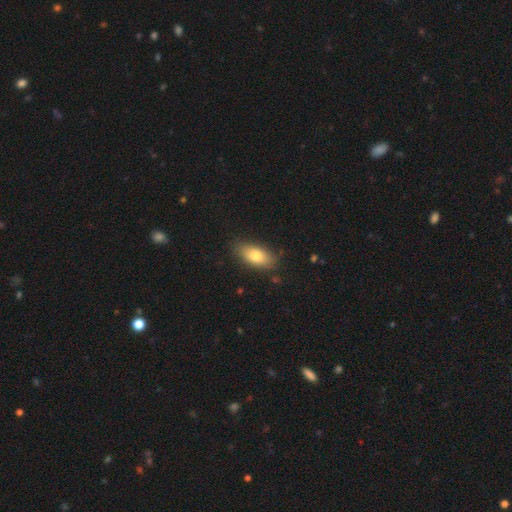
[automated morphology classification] A smooth galaxy with no disk features (78%) that is in between round and cigar-shaped (87%).

Vote fractions:
- Smooth or featured? smooth: 78% / featured or disk: 15% / star or artifact: 7%
- How rounded? in between: 87% / cigar-shaped: 9% / round: 4%
- Merging? none: 82% / minor disturbance: 14% / major disturbance: 3% / merger: 2%